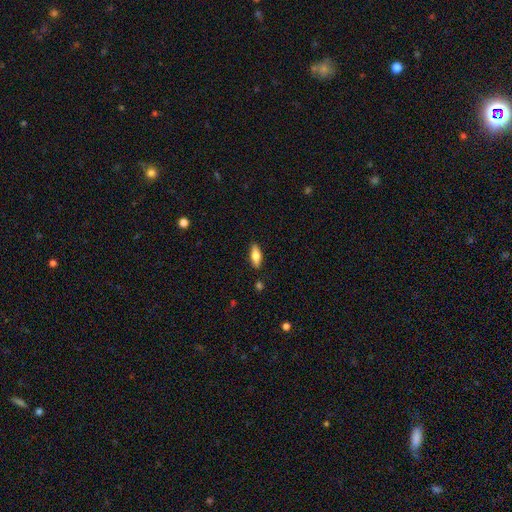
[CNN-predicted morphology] The model was most divided on "smooth or featured": smooth: 68%, featured or disk: 26%, star or artifact: 6%. More confident: merging — none (87%); how rounded — in between (72%).